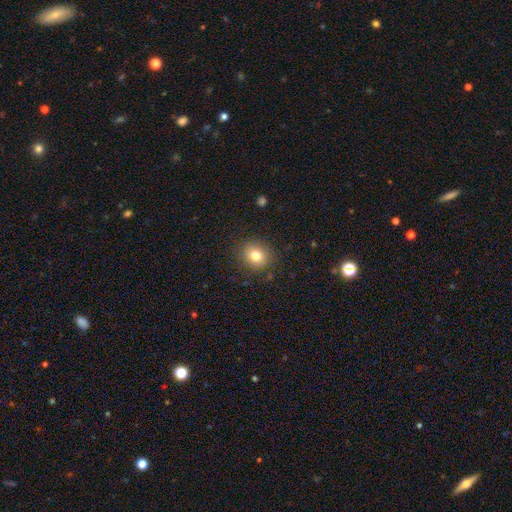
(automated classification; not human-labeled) Smooth or featured? Predicted: smooth (p=0.80). How rounded? Predicted: round (p=0.78). Merging? Predicted: none (p=0.87).